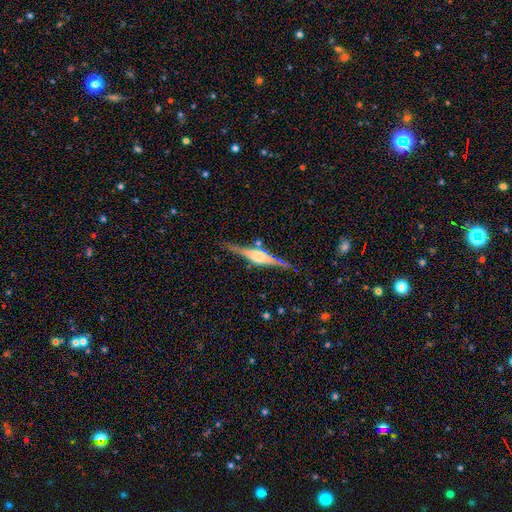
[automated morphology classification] A featured or disk galaxy (83%) viewed edge-on (97%) with a rounded central bulge (69%).

Vote fractions:
- Smooth or featured? featured or disk: 83% / smooth: 11% / star or artifact: 6%
- Edge-on disk? yes: 97% / no: 3%
- Edge-on bulge? rounded: 69% / boxy: 26% / none: 5%
- Merging? none: 85% / minor disturbance: 11% / major disturbance: 3% / merger: 2%